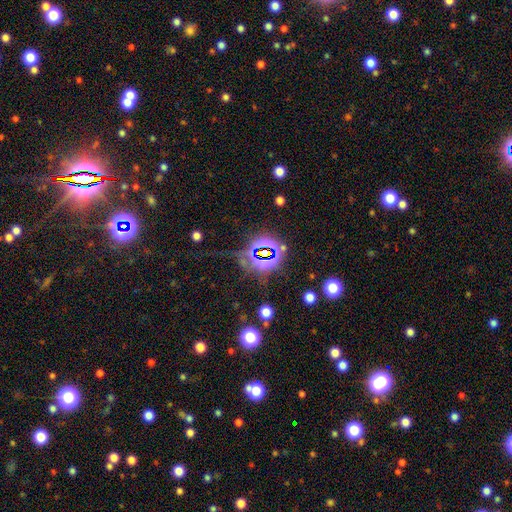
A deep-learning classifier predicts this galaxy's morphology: Smooth or featured? Predicted: star or artifact (p=0.77).